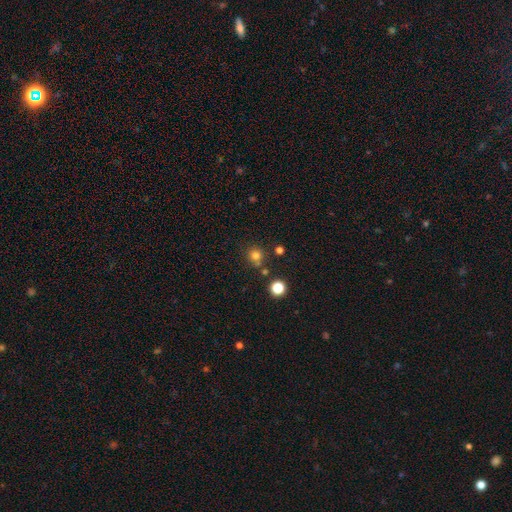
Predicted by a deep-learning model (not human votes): The model was most divided on "merging": none: 71%, merger: 15%, minor disturbance: 10%, major disturbance: 4%. More confident: how rounded — round (90%); smooth or featured — smooth (77%).